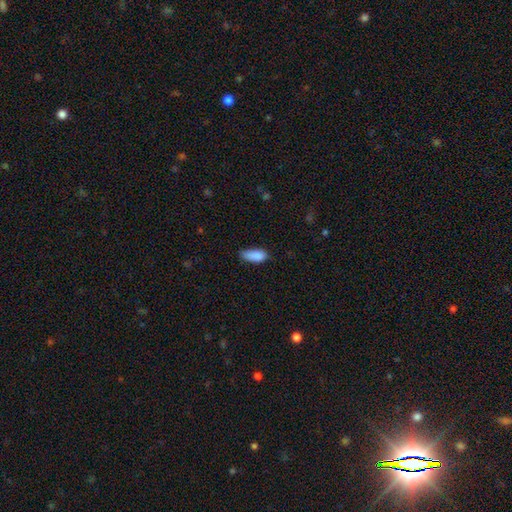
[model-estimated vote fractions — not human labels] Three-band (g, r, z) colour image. It shows a smooth galaxy with no disk features (87%) that is in between round and cigar-shaped (82%). Merging: none (56%).